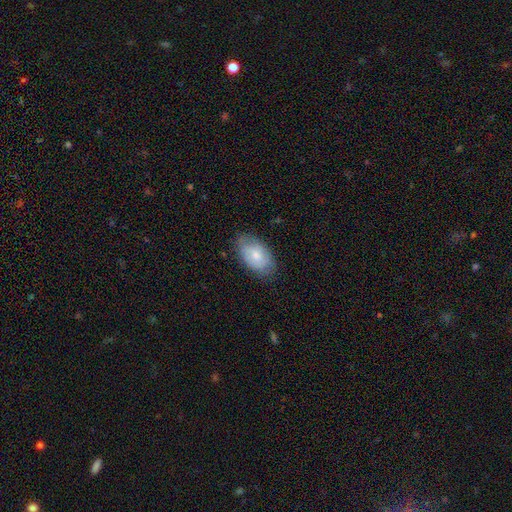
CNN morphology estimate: Q: Smooth or featured?
A: smooth (67%); runner-up: featured or disk (27%)
Q: How rounded?
A: in between (93%); runner-up: round (6%)
Q: Merging?
A: none (75%); runner-up: minor disturbance (20%)